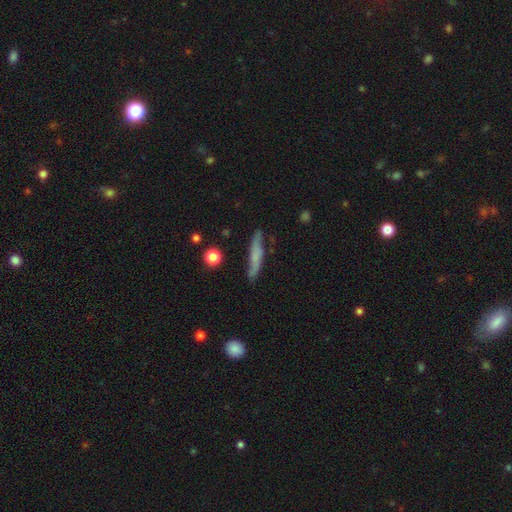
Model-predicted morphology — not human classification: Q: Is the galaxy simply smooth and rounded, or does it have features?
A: smooth — 54%.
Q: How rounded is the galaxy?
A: cigar-shaped — 89%.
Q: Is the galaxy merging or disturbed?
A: none — 74%.